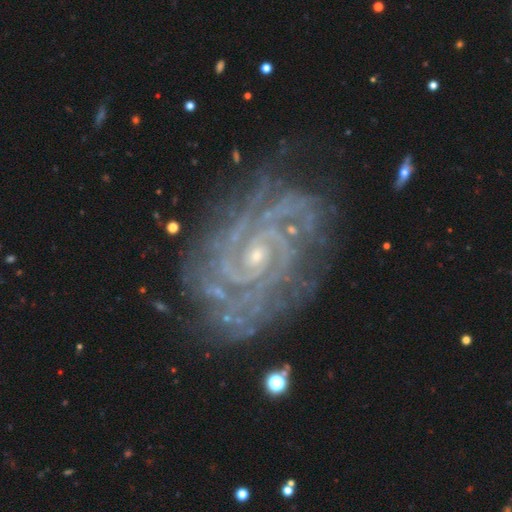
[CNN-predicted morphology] Smooth or featured? Predicted: featured or disk (p=0.89). Edge-on disk? Predicted: no (p=0.97). Bar? Predicted: no (p=0.59). Spiral arms? Predicted: yes (p=0.98). Spiral winding? Predicted: tight (p=0.76). Spiral arm count? Predicted: can't tell (p=0.25). Bulge size? Predicted: small (p=0.75). Merging? Predicted: none (p=0.77).